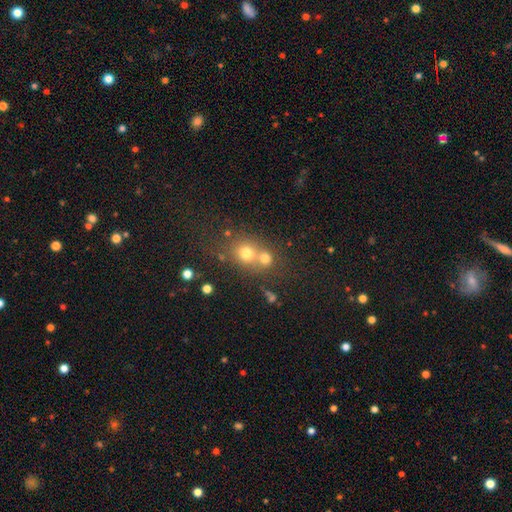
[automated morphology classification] smooth-or-featured: smooth: 58% | star or artifact: 24% | featured or disk: 18%
  how-rounded: round: 77% | in between: 22% | cigar-shaped: 2%
  merging: merger: 50% | none: 39% | minor disturbance: 7% | major disturbance: 4%